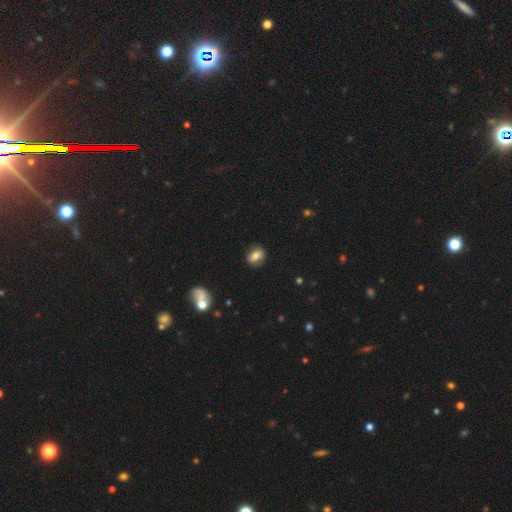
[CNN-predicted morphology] The model was most divided on "how rounded": in between: 63%, round: 35%, cigar-shaped: 2%. More confident: merging — none (82%); smooth or featured — smooth (71%).